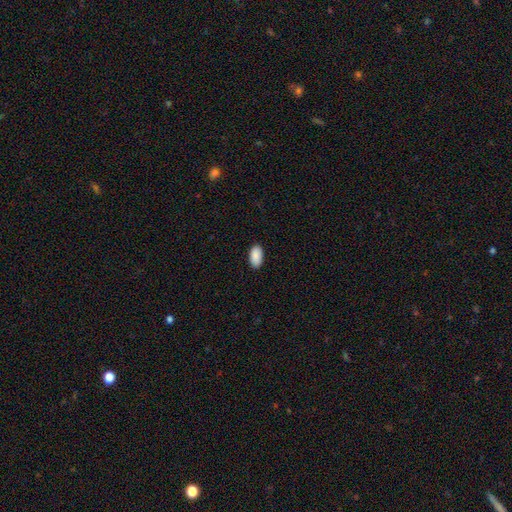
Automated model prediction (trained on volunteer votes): Q: Smooth or featured?
A: smooth (91%); runner-up: star or artifact (6%)
Q: How rounded?
A: in between (96%); runner-up: round (2%)
Q: Merging?
A: none (90%); runner-up: minor disturbance (8%)